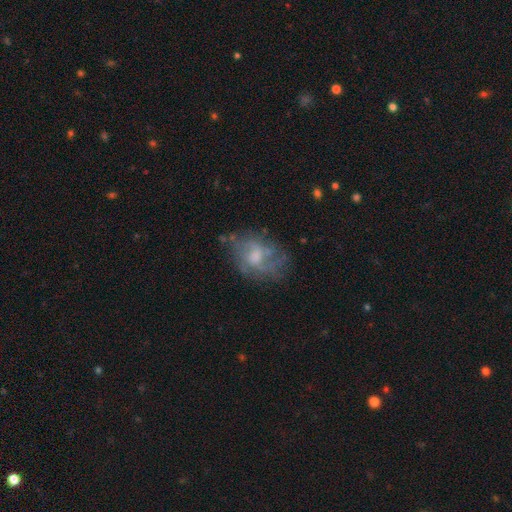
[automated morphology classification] Smooth or featured? featured or disk (60%)
Edge-on disk? no (96%)
Bar? no (64%)
Spiral arms? yes (59%)
Bulge size? moderate (50%)
Merging? none (56%)